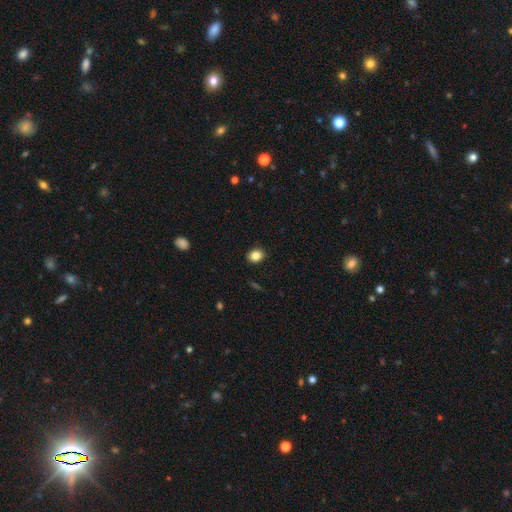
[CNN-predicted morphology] smooth 84%, star or artifact 10%, featured or disk 5%. Down the decision tree: how rounded — round (58%); merging — none (88%).